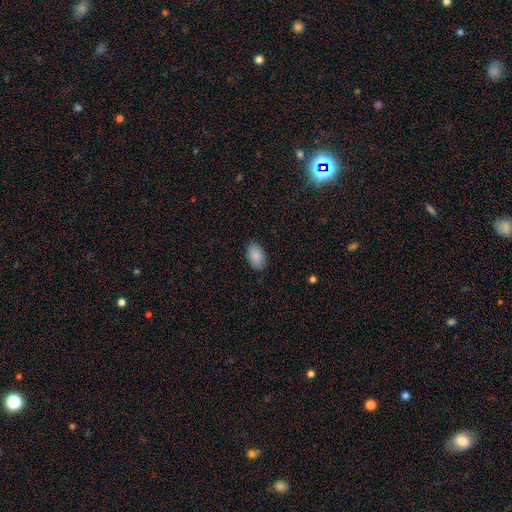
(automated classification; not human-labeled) Smooth or featured? Predicted: smooth (p=0.88). How rounded? Predicted: in between (p=0.92). Merging? Predicted: none (p=0.86).